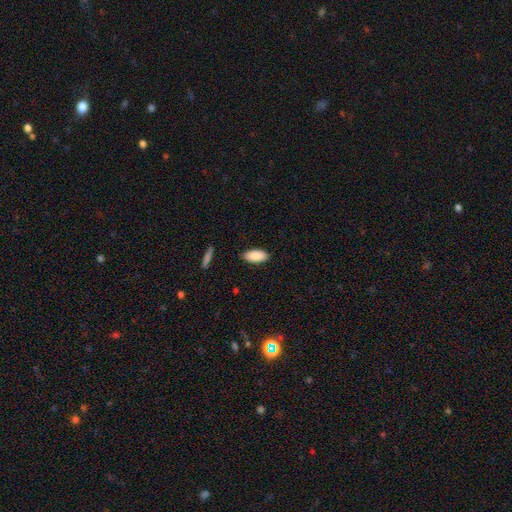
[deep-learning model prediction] A smooth galaxy with no disk features (87%) that is in between round and cigar-shaped (91%).

Vote fractions:
- Smooth or featured? smooth: 87% / featured or disk: 7% / star or artifact: 6%
- How rounded? in between: 91% / cigar-shaped: 7% / round: 2%
- Merging? none: 87% / minor disturbance: 9% / major disturbance: 2% / merger: 1%